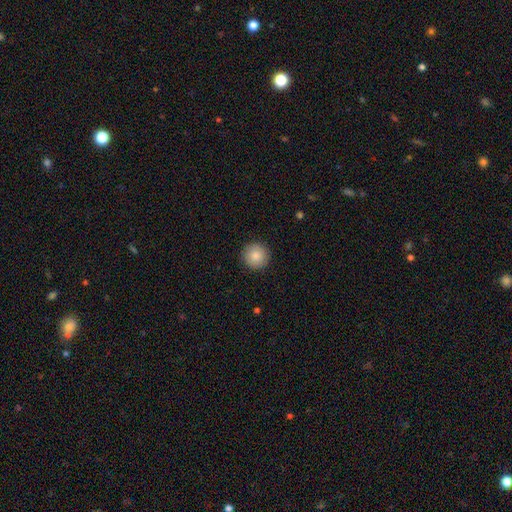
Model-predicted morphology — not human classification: The model was most divided on "smooth or featured": smooth: 86%, star or artifact: 7%, featured or disk: 7%. More confident: how rounded — round (96%); merging — none (92%).